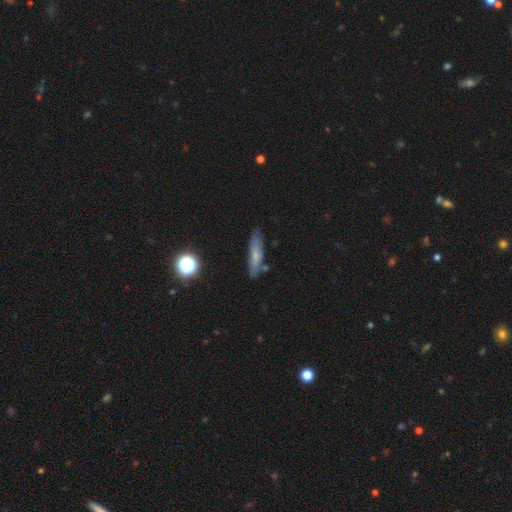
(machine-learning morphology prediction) Smooth or featured? smooth (60%)
How rounded? cigar-shaped (72%)
Merging? none (77%)